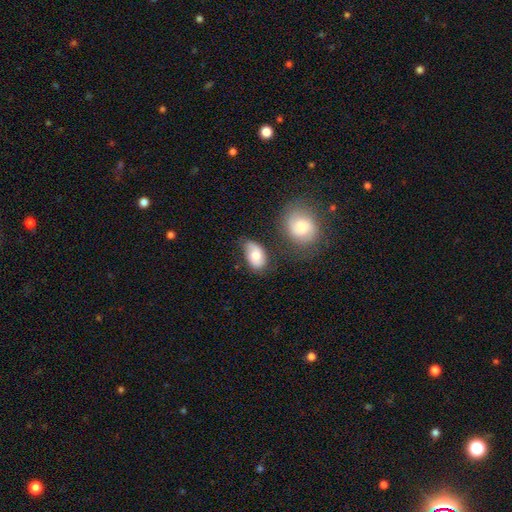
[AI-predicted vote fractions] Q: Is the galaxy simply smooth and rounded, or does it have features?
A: smooth — 70%.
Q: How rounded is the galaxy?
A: in between — 90%.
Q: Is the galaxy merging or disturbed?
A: none — 55%.